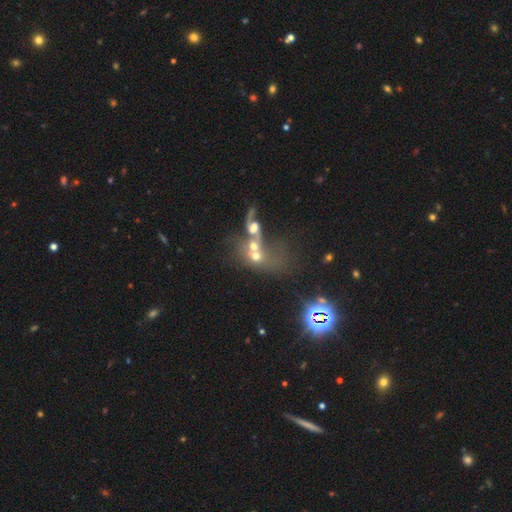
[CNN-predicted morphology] type=featured or disk (45%); merging=merger (72%).